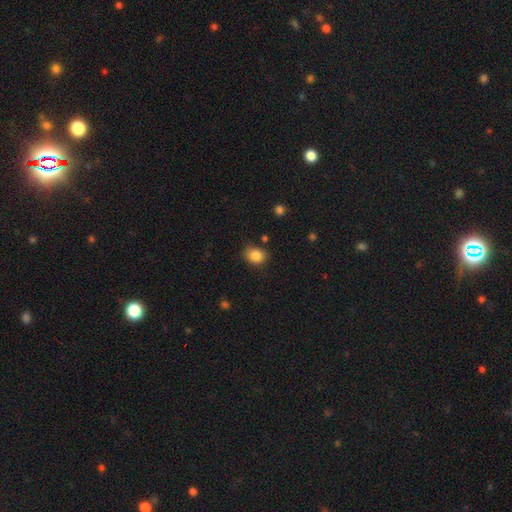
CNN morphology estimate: Smooth or featured? Predicted: smooth (p=0.85). How rounded? Predicted: round (p=0.56). Merging? Predicted: none (p=0.77).